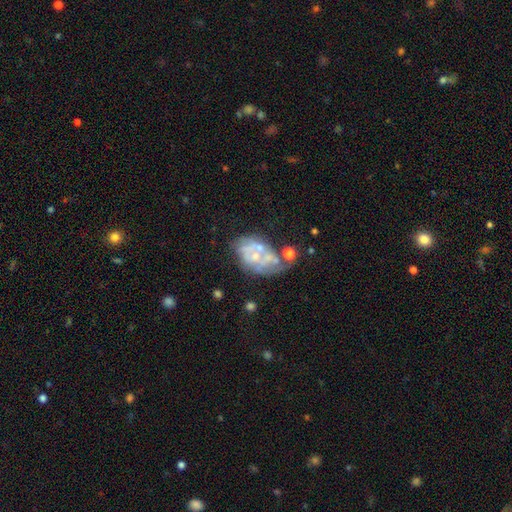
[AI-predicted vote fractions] Q: Smooth or featured?
A: featured or disk (66%); runner-up: smooth (23%)
Q: Edge-on disk?
A: no (98%); runner-up: yes (2%)
Q: Bar?
A: no (87%); runner-up: weak (10%)
Q: Spiral arms?
A: no (77%); runner-up: yes (23%)
Q: Bulge size?
A: small (44%); runner-up: moderate (28%)
Q: Merging?
A: none (29%); runner-up: major disturbance (26%)